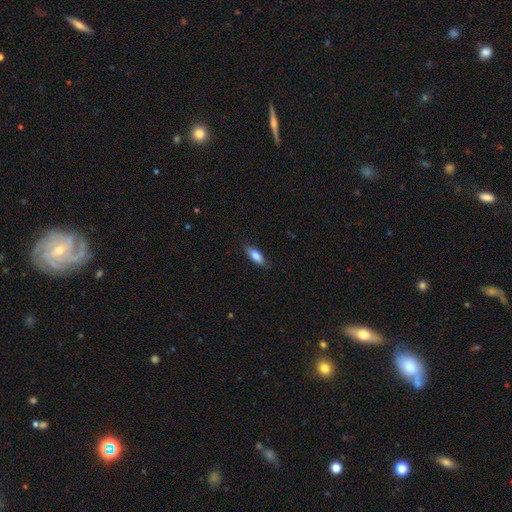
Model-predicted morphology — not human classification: This appears to be a smooth galaxy with no disk features (80%) that is in between round and cigar-shaped (69%). Merging: none (83%).